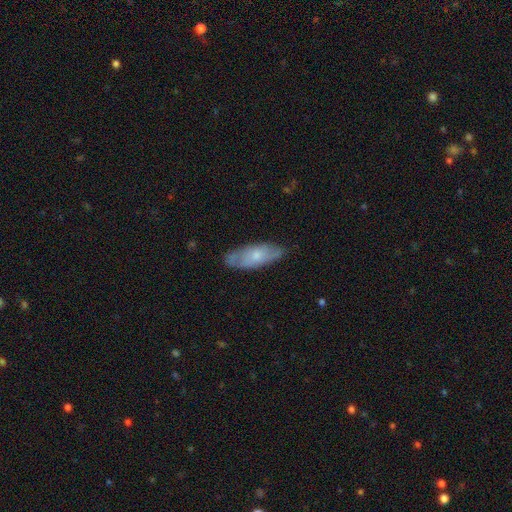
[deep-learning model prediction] A smooth galaxy with no disk features (54%) that is in between round and cigar-shaped (70%). Merging: none (75%).